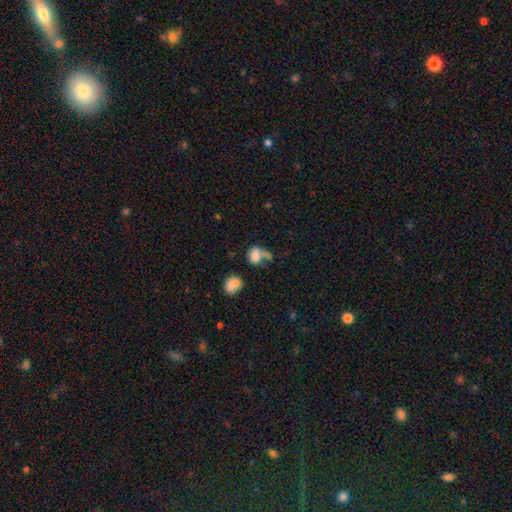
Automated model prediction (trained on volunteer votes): This appears to be a smooth galaxy with no disk features (73%) that is in between round and cigar-shaped (64%). Merging: merger (36%).